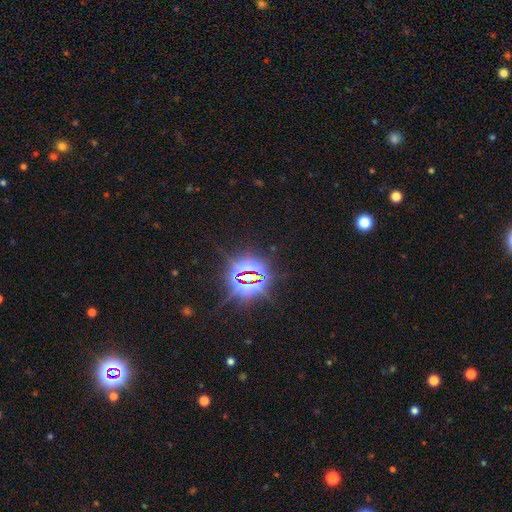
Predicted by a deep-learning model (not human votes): star or artifact 83%, smooth 10%, featured or disk 7%.